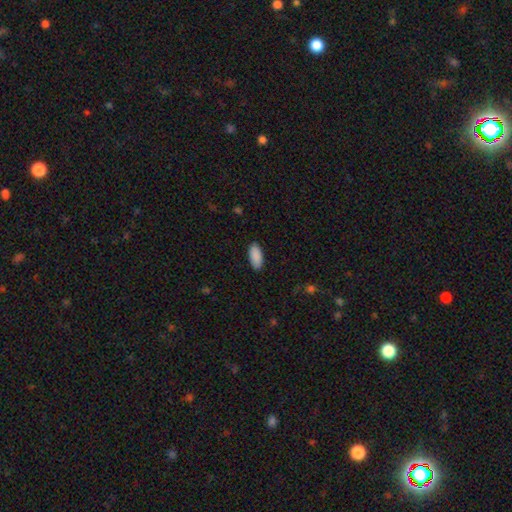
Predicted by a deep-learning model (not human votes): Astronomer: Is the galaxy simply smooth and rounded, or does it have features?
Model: smooth — 91%.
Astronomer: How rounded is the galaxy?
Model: in between — 89%.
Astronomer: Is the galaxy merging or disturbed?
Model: none — 89%.